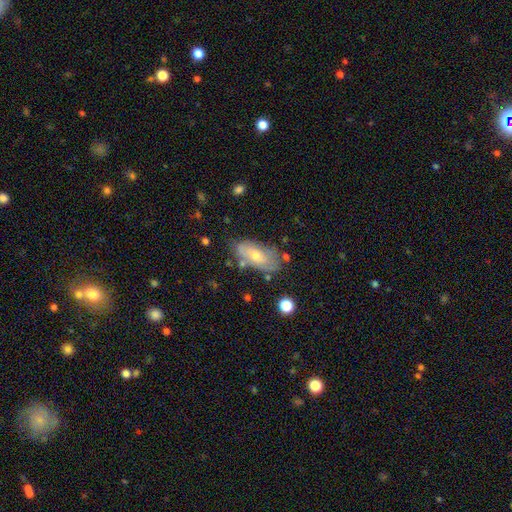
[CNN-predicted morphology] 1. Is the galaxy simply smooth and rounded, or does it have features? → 55% smooth, 37% featured or disk, 8% star or artifact.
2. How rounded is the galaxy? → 87% in between, 10% cigar-shaped, 4% round.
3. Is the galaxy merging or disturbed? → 66% none, 22% minor disturbance, 6% merger, 6% major disturbance.